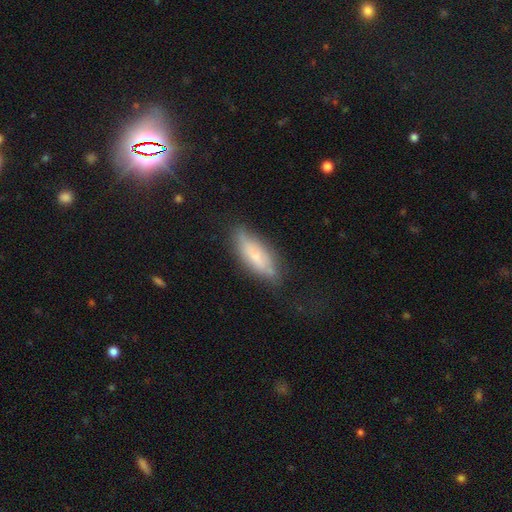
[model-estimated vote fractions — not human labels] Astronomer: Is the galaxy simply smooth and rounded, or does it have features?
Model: smooth — 58% (runner-up: featured or disk, 35%).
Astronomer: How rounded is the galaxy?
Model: in between — 56% (runner-up: cigar-shaped, 42%).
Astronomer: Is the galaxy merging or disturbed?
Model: none — 66%.